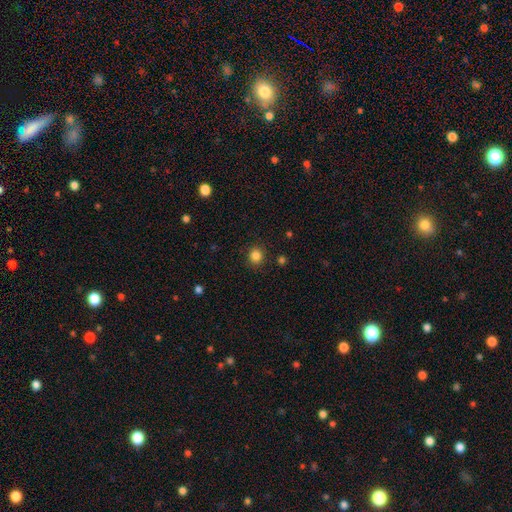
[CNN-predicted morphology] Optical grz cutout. It shows a smooth galaxy with no disk features (84%) that is round (87%). Merging: none (90%).